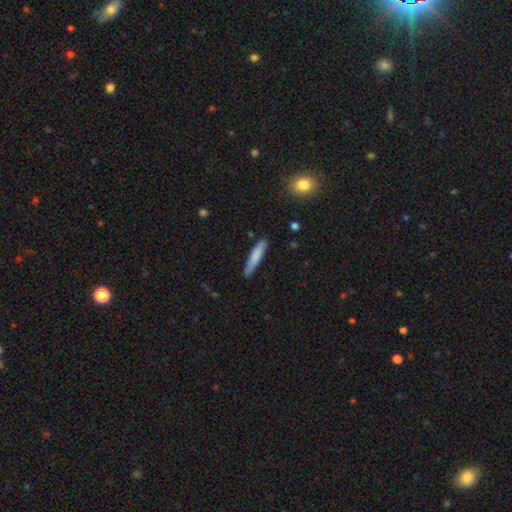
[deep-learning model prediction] Smooth or featured? smooth (76%)
How rounded? cigar-shaped (91%)
Merging? none (87%)